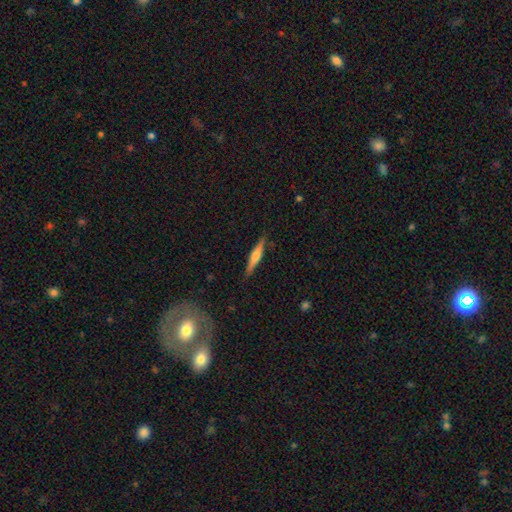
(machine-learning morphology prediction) Smooth or featured: featured or disk — 52% (smooth — 42%)
Edge-on disk: yes — 96% (no — 4%)
Merging: none — 87% (minor disturbance — 10%)